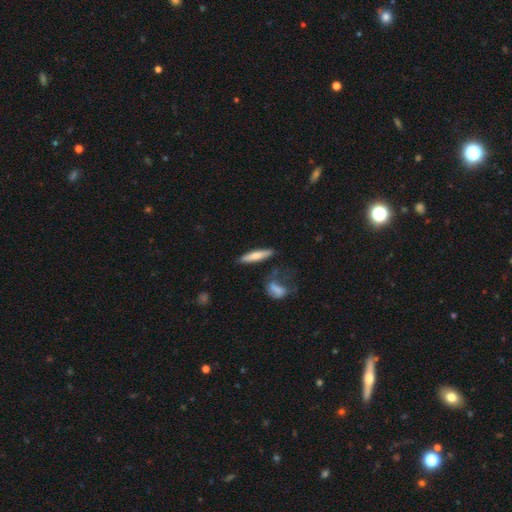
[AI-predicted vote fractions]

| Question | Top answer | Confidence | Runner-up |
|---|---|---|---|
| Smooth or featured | smooth | 62% | featured or disk (32%) |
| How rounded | cigar-shaped | 81% | in between (17%) |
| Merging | none | 77% | minor disturbance (13%) |